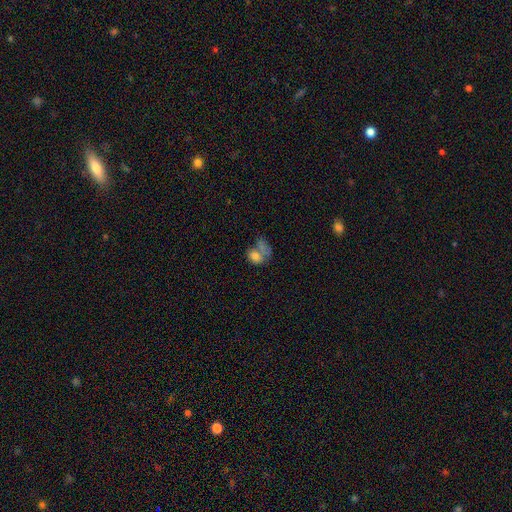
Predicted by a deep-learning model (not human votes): A smooth galaxy with no disk features (66%) that is in between round and cigar-shaped (59%). Merging: merger (43%).